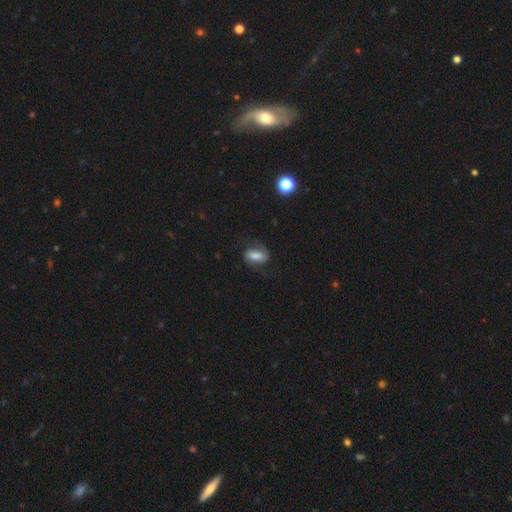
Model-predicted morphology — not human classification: smooth_or_featured: featured or disk (p=0.51) [alt: smooth p=0.40]
disk_edge_on: no (p=0.95) [alt: yes p=0.05]
merging: none (p=0.68) [alt: minor disturbance p=0.18]